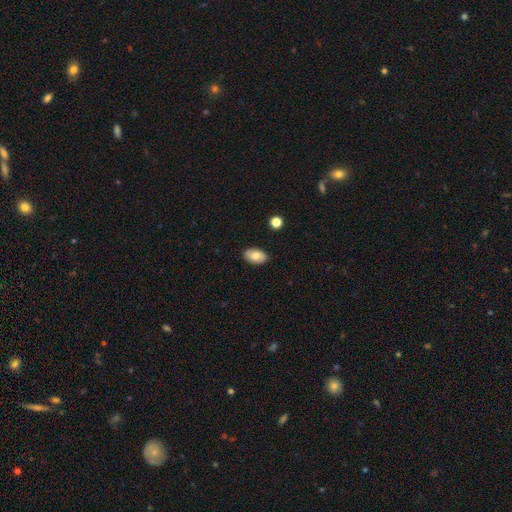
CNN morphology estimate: Q: Smooth or featured?
A: smooth (71%); runner-up: featured or disk (22%)
Q: How rounded?
A: in between (92%); runner-up: round (7%)
Q: Merging?
A: none (88%); runner-up: minor disturbance (9%)